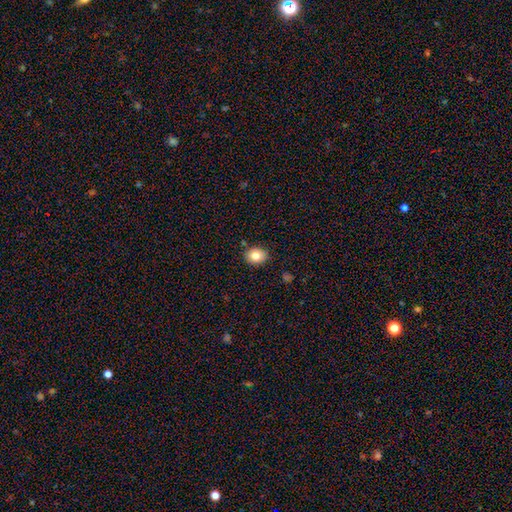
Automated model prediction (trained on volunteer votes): Smooth or featured?
  - smooth: 80% *
  - featured or disk: 10%
  - star or artifact: 10%
How rounded?
  - round: 50% *
  - in between: 49%
  - cigar-shaped: 1%
Merging?
  - none: 86% *
  - minor disturbance: 10%
  - merger: 2%
  - major disturbance: 2%